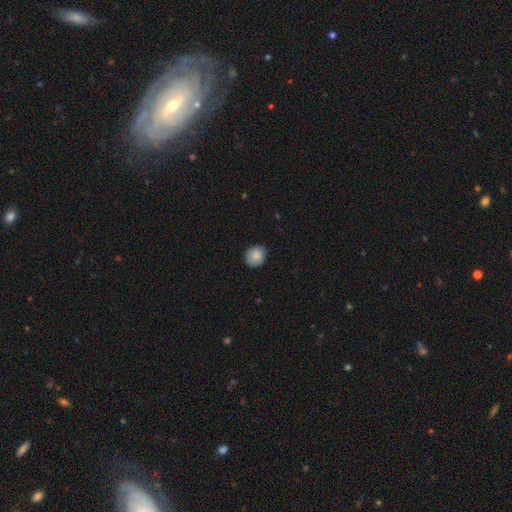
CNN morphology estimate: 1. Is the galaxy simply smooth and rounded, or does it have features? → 86% smooth, 8% star or artifact, 6% featured or disk.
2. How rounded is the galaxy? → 80% round, 19% in between, 1% cigar-shaped.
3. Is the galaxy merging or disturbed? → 86% none, 11% minor disturbance, 2% major disturbance, 1% merger.